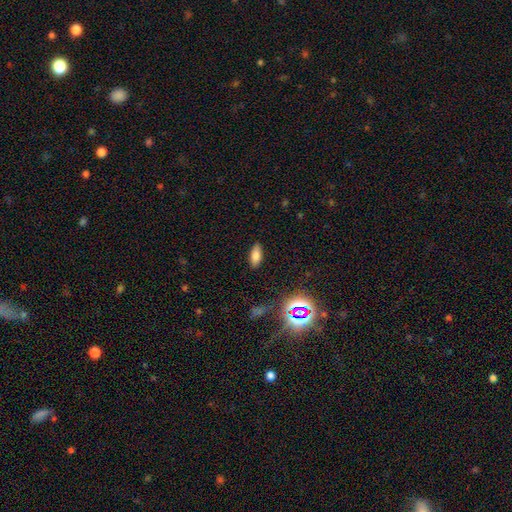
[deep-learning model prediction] Q: Smooth or featured?
A: smooth (76%); runner-up: star or artifact (13%)
Q: How rounded?
A: in between (85%); runner-up: cigar-shaped (12%)
Q: Merging?
A: none (87%); runner-up: minor disturbance (9%)